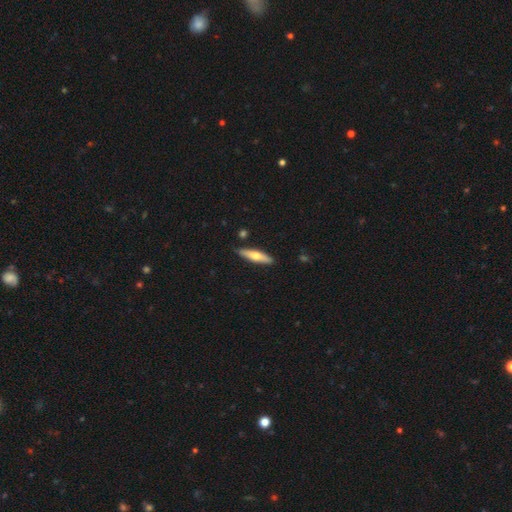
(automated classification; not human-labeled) Smooth or featured? Predicted: smooth (p=0.56). How rounded? Predicted: cigar-shaped (p=0.76). Merging? Predicted: none (p=0.87).